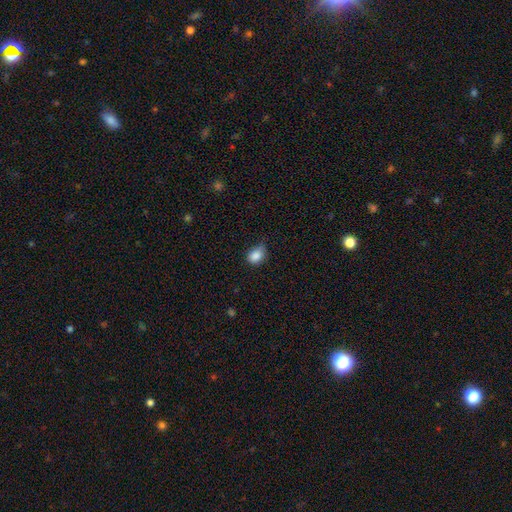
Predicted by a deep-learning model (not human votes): smooth-or-featured: smooth: 86% | star or artifact: 9% | featured or disk: 5%
  how-rounded: in between: 62% | round: 37% | cigar-shaped: 1%
  merging: none: 59% | minor disturbance: 34% | major disturbance: 6% | merger: 2%